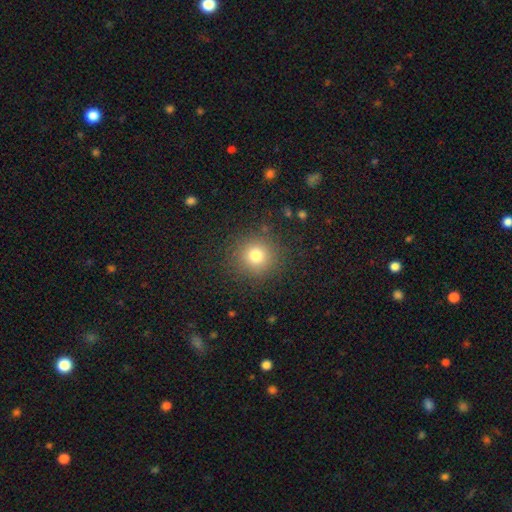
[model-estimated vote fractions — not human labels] smooth-or-featured: smooth: 77% | star or artifact: 15% | featured or disk: 8%
  how-rounded: round: 94% | in between: 6% | cigar-shaped: 1%
  merging: none: 87% | minor disturbance: 7% | major disturbance: 4% | merger: 1%